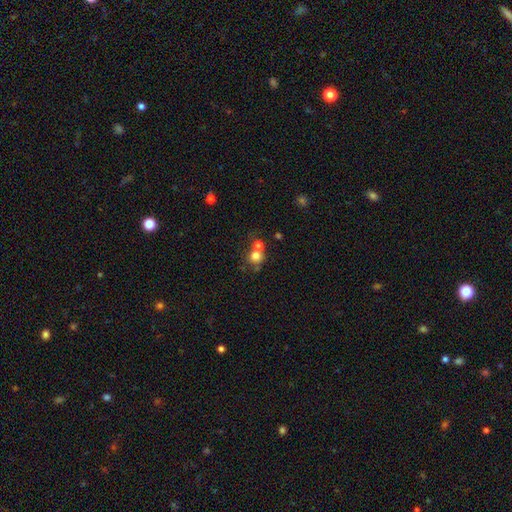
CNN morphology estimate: type=smooth (76%); roundness=round (86%); merging=none (48%).